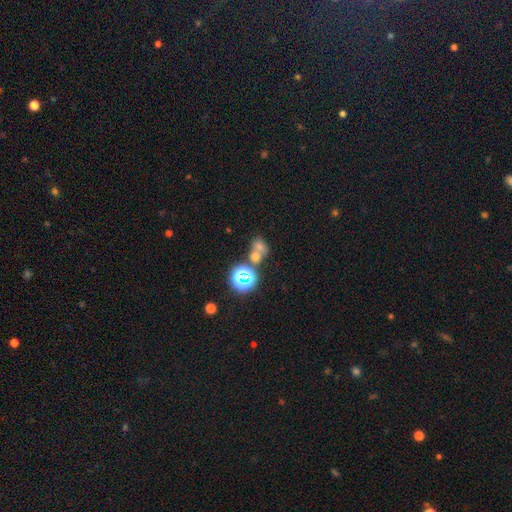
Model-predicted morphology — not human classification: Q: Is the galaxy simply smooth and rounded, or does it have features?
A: star or artifact — 45%.